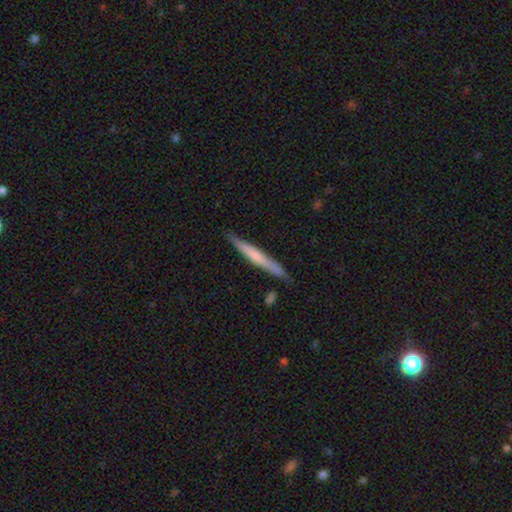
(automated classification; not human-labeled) Q: Smooth or featured?
A: smooth (51%); runner-up: featured or disk (44%)
Q: How rounded?
A: cigar-shaped (96%); runner-up: in between (3%)
Q: Merging?
A: none (82%); runner-up: minor disturbance (14%)